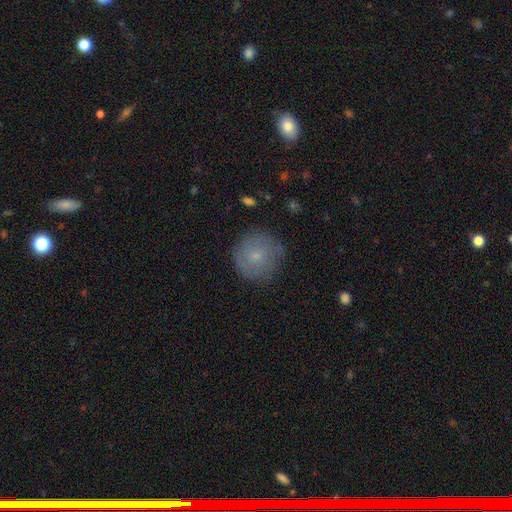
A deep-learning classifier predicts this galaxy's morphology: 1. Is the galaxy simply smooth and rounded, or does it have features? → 69% smooth, 22% featured or disk, 9% star or artifact.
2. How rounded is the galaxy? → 93% round, 6% in between, 1% cigar-shaped.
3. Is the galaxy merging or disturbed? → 80% none, 14% minor disturbance, 4% major disturbance, 1% merger.